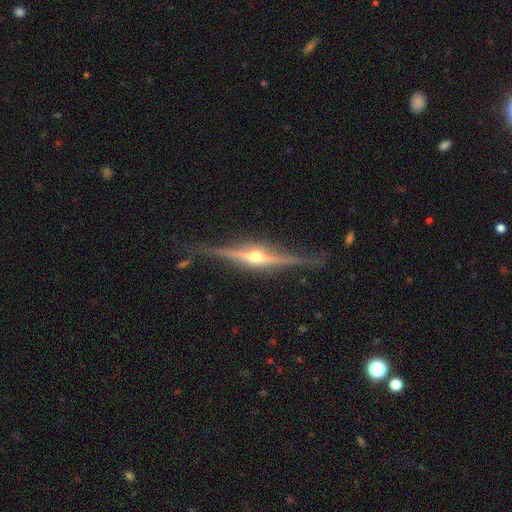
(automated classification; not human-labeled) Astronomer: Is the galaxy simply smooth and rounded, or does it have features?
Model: featured or disk — 88%.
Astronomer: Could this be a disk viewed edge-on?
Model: yes — 98%.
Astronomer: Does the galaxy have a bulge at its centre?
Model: rounded — 93%.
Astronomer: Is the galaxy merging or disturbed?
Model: none — 86%.